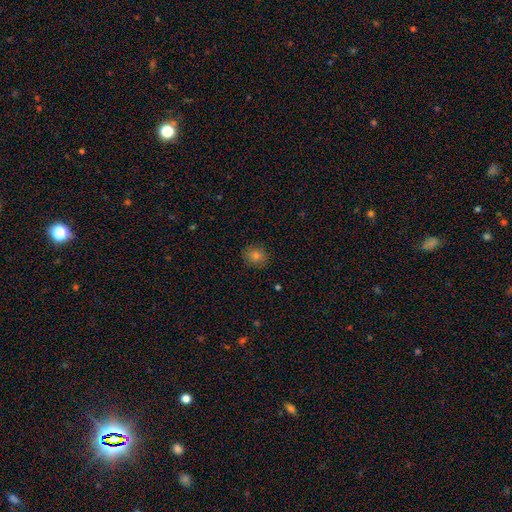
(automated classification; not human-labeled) The model was most divided on "how rounded": round: 77%, in between: 22%, cigar-shaped: 1%. More confident: merging — none (88%); smooth or featured — smooth (77%).